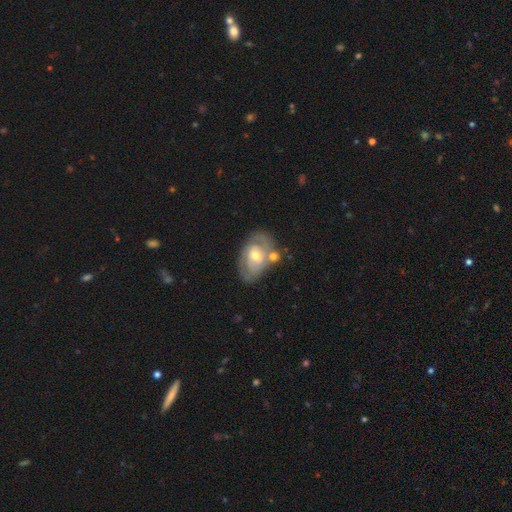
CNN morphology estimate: type=featured or disk (69%); edge-on=no (95%); bar=no (58%); spiral arms=yes (72%); bulge=moderate (64%); merging=none (53%).